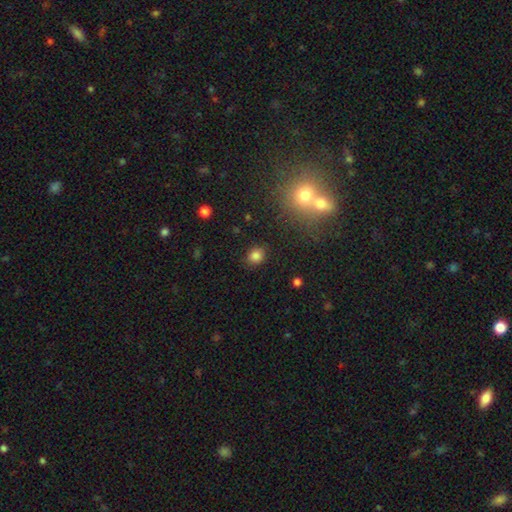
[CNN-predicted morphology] Smooth or featured? Predicted: smooth (p=0.82). How rounded? Predicted: round (p=0.73). Merging? Predicted: none (p=0.86).